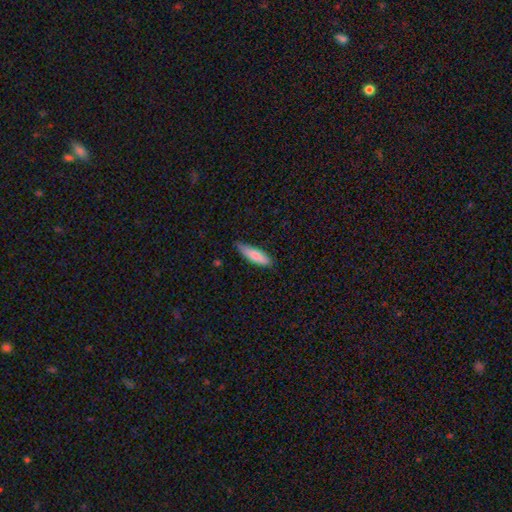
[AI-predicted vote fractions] smooth_or_featured: smooth (p=0.80) [alt: featured or disk p=0.14]
how_rounded: cigar-shaped (p=0.65) [alt: in between p=0.34]
merging: none (p=0.74) [alt: minor disturbance p=0.22]